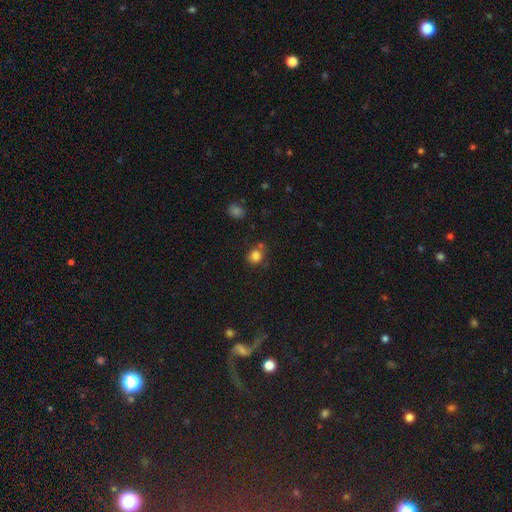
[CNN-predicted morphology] smooth_or_featured: smooth (p=0.81) [alt: star or artifact p=0.13]
how_rounded: round (p=0.77) [alt: in between p=0.22]
merging: none (p=0.64) [alt: minor disturbance p=0.18]